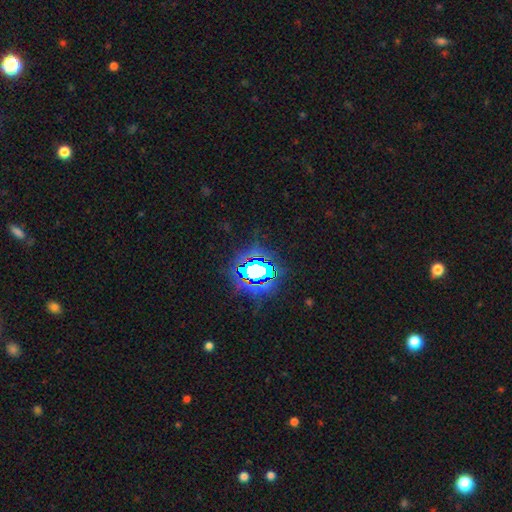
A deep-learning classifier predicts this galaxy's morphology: This is clearly a star or artifact rather than a galaxy (82%).